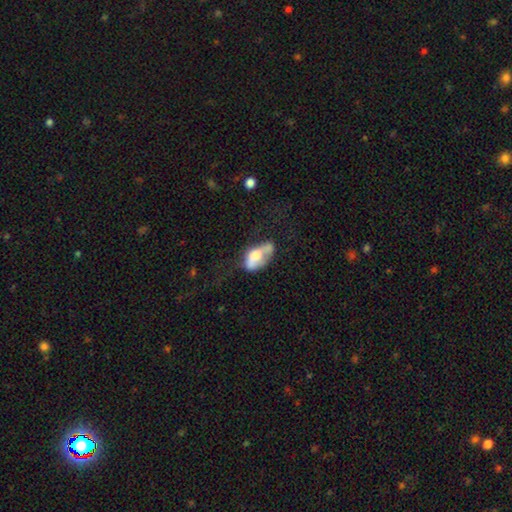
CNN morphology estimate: Smooth or featured? Predicted: smooth (p=0.56). How rounded? Predicted: in between (p=0.89). Merging? Predicted: major disturbance (p=0.29).